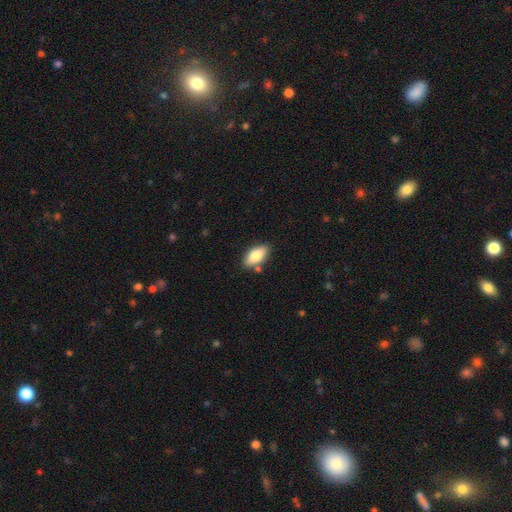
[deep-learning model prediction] Q: Smooth or featured?
A: smooth (80%); runner-up: featured or disk (13%)
Q: How rounded?
A: in between (91%); runner-up: cigar-shaped (6%)
Q: Merging?
A: none (80%); runner-up: minor disturbance (12%)